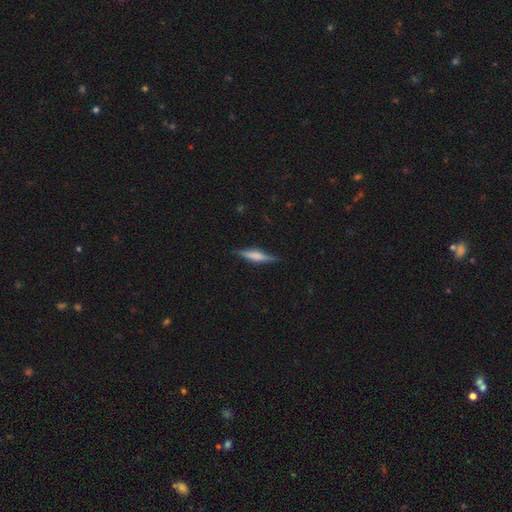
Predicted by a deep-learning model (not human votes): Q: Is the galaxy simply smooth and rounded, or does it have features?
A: featured or disk — 53%.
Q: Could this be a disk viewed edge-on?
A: yes — 96%.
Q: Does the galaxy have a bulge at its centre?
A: rounded — 49%.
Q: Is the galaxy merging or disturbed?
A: none — 85%.